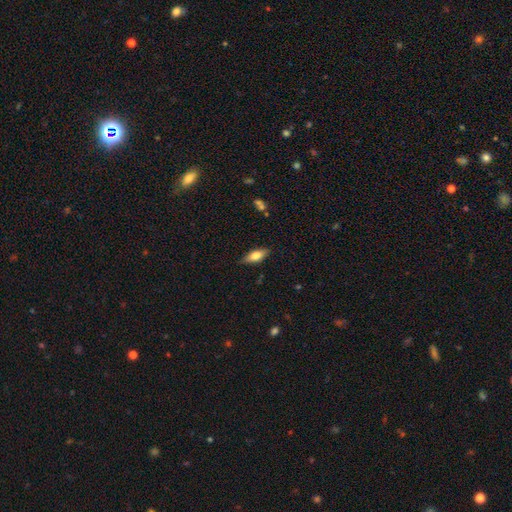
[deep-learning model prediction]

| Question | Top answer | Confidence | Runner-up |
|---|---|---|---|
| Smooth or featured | smooth | 66% | featured or disk (28%) |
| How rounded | in between | 71% | cigar-shaped (27%) |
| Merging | none | 82% | minor disturbance (14%) |